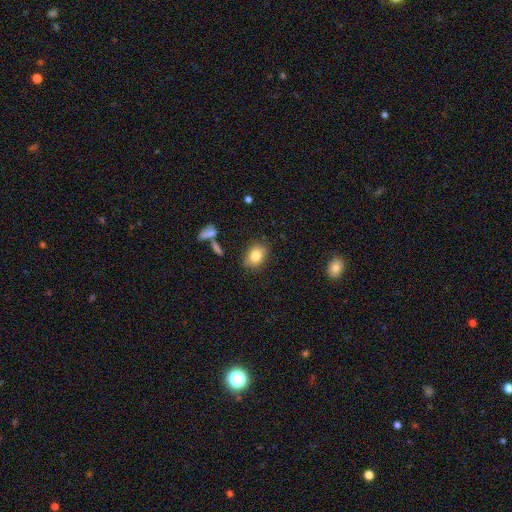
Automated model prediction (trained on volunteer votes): smooth 82%, star or artifact 9%, featured or disk 9%. Down the decision tree: how rounded — in between (67%); merging — none (81%).